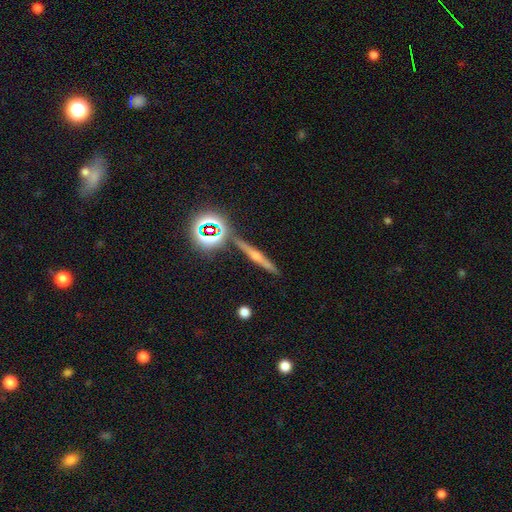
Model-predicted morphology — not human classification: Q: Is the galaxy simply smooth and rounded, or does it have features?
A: featured or disk — 54%.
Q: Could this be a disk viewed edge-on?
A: yes — 89%.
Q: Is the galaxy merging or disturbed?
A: none — 79%.